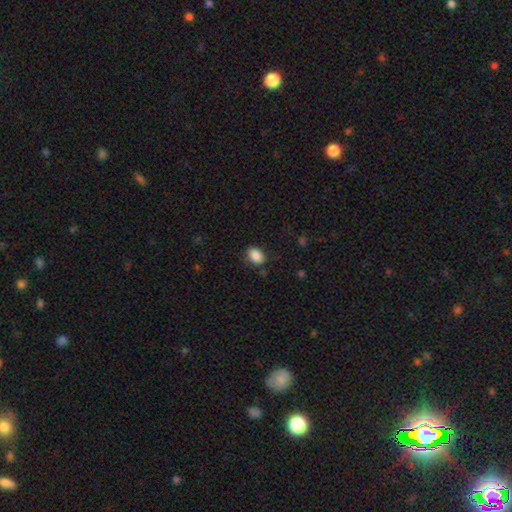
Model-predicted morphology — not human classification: The model was most divided on "how rounded": in between: 76%, round: 23%, cigar-shaped: 1%. More confident: smooth or featured — smooth (87%); merging — none (82%).